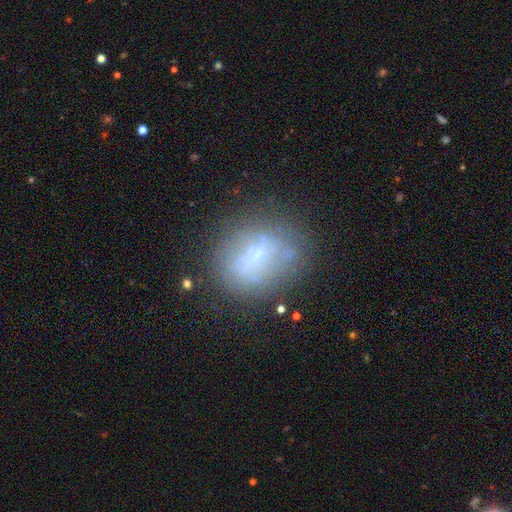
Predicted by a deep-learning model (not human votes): Smooth or featured: featured or disk — 43% (smooth — 42%)
Merging: none — 61% (minor disturbance — 21%)